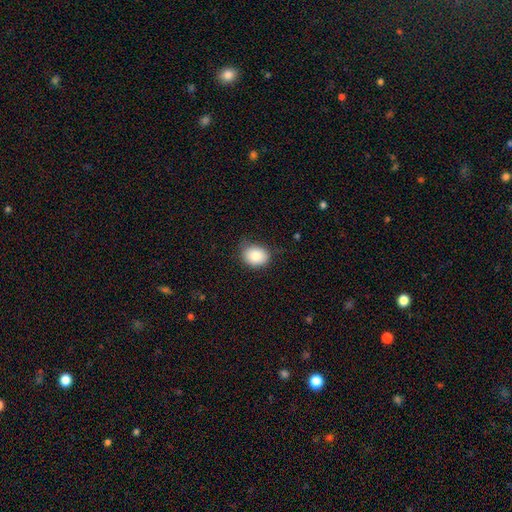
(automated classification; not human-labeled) Q: Smooth or featured?
A: smooth (85%); runner-up: star or artifact (8%)
Q: How rounded?
A: in between (50%); runner-up: round (49%)
Q: Merging?
A: none (71%); runner-up: minor disturbance (23%)